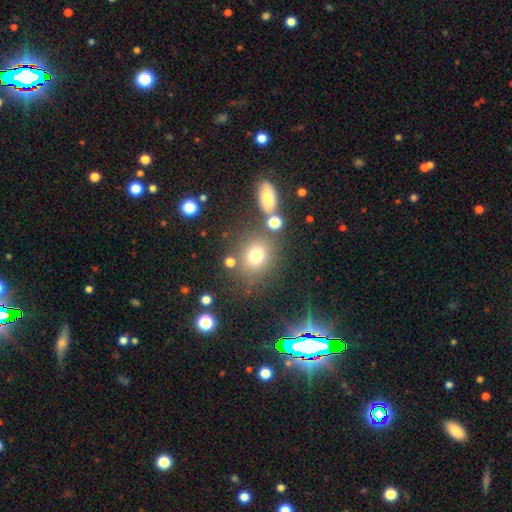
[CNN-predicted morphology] Overall: smooth (72%). How rounded: round (71%). Merging: none (73%).